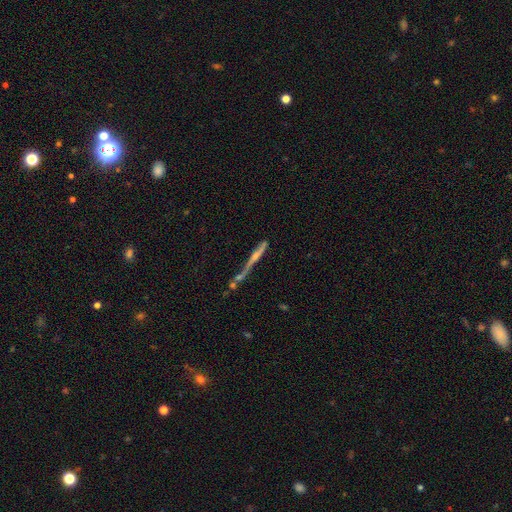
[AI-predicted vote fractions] A featured or disk galaxy (62%) viewed edge-on (90%) with a rounded central bulge (52%).

Vote fractions:
- Smooth or featured? featured or disk: 62% / smooth: 26% / star or artifact: 12%
- Edge-on disk? yes: 90% / no: 10%
- Edge-on bulge? rounded: 52% / none: 39% / boxy: 10%
- Merging? none: 46% / merger: 24% / minor disturbance: 18% / major disturbance: 12%